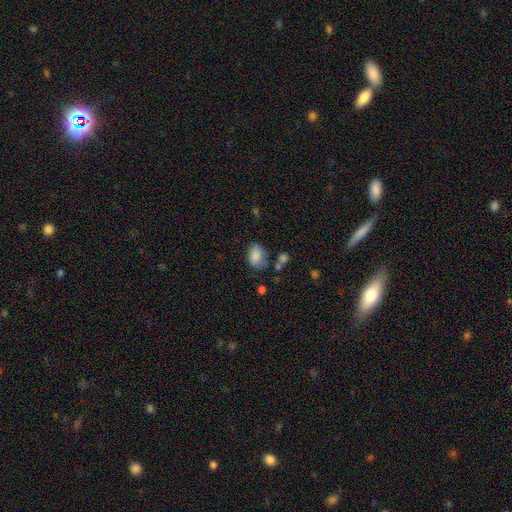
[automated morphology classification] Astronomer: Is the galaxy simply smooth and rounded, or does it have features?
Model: smooth — 84%.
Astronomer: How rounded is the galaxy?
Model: in between — 79%.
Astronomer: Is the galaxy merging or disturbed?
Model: none — 59%.